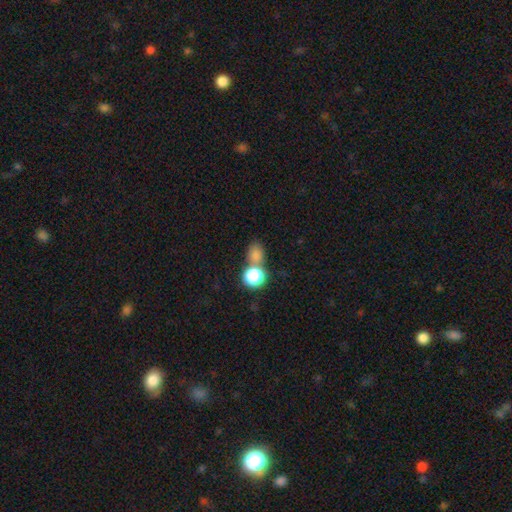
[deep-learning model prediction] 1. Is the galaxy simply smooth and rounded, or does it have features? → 76% smooth, 17% star or artifact, 7% featured or disk.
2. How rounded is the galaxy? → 54% round, 44% in between, 2% cigar-shaped.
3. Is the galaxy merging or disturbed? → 49% none, 36% merger, 10% minor disturbance, 5% major disturbance.